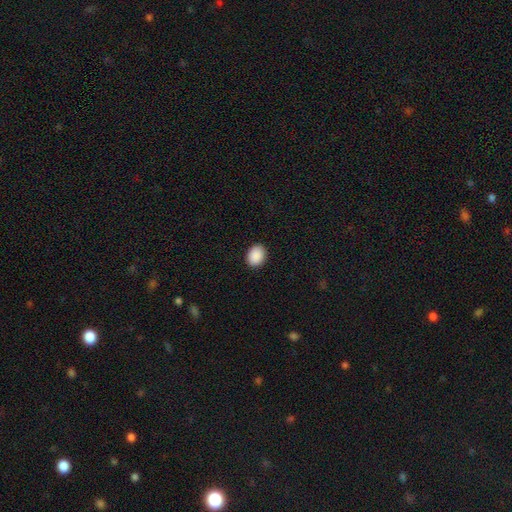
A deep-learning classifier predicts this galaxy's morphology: The model was most divided on "how rounded": in between: 68%, round: 31%, cigar-shaped: 1%. More confident: smooth or featured — smooth (91%); merging — none (91%).